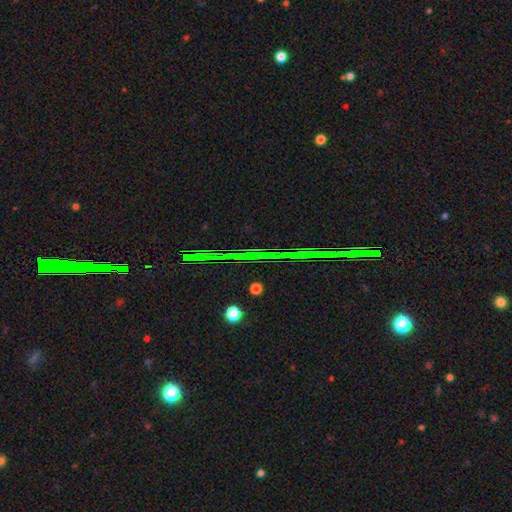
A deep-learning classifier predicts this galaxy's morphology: A star or artifact, not a galaxy (79%).

Vote fractions:
- Smooth or featured? star or artifact: 79% / featured or disk: 12% / smooth: 8%